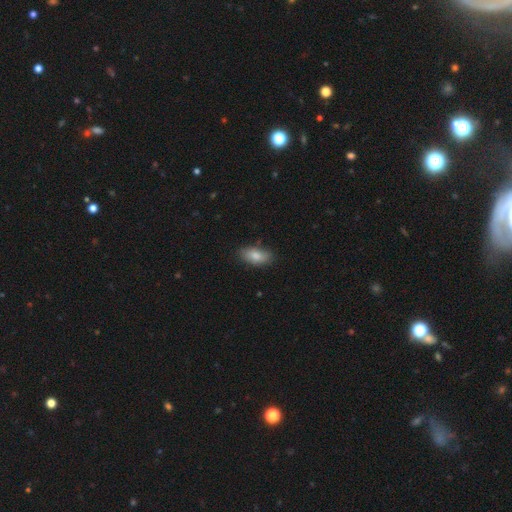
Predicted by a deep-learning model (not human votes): Smooth or featured? smooth (83%)
How rounded? in between (90%)
Merging? none (80%)